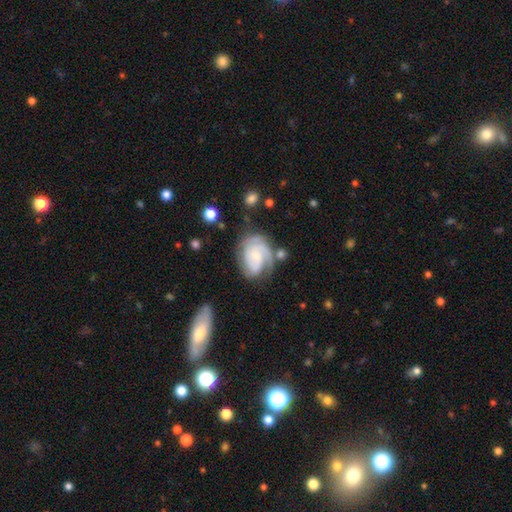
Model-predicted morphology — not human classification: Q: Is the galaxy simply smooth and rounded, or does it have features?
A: featured or disk — 81%.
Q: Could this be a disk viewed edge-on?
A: no — 97%.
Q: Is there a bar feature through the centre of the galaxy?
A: no — 65%.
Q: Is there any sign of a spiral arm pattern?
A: yes — 95%.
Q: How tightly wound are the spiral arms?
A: tight — 59%.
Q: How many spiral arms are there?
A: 2 — 38%.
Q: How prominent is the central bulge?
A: small — 64%.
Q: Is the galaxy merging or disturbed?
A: none — 60%.